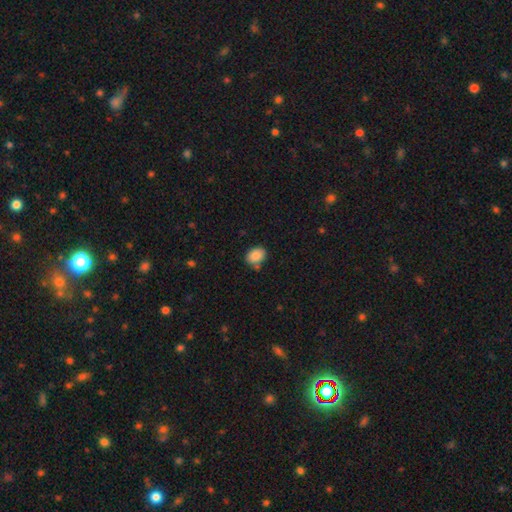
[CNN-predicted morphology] smooth_or_featured: smooth (p=0.88) [alt: star or artifact p=0.08]
how_rounded: in between (p=0.69) [alt: round p=0.30]
merging: none (p=0.74) [alt: minor disturbance p=0.16]